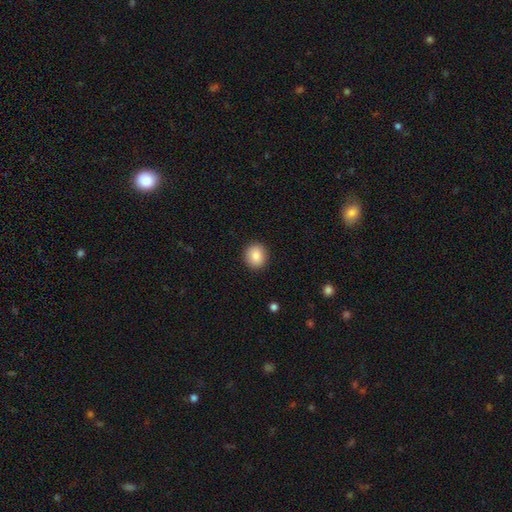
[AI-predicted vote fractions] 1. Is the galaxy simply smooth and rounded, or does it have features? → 87% smooth, 8% star or artifact, 5% featured or disk.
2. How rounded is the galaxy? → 83% round, 16% in between, 1% cigar-shaped.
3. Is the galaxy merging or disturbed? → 91% none, 6% minor disturbance, 2% major disturbance, 1% merger.